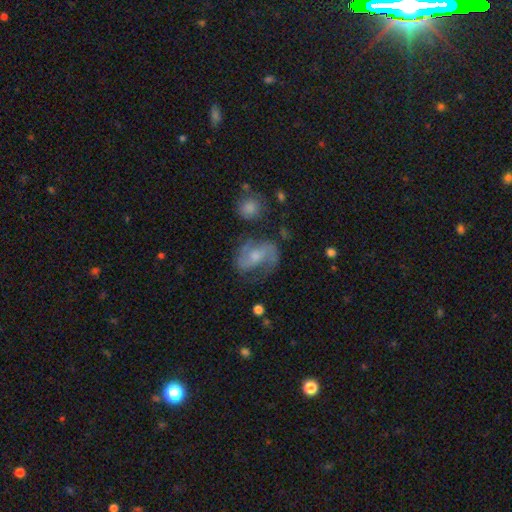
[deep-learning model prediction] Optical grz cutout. It shows a featured or disk galaxy (71%) with no bar (41%, tied with weak), 2 (79%) medium (47%) spiral arms (89%) and a moderate central bulge (46%). Merging: none (58%).